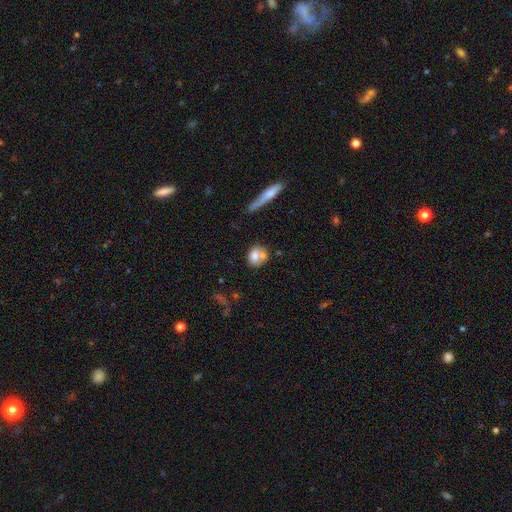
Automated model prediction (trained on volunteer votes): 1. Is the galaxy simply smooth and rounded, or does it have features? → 72% smooth, 19% featured or disk, 9% star or artifact.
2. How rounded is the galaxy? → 56% round, 41% in between, 3% cigar-shaped.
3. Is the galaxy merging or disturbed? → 43% none, 31% merger, 17% minor disturbance, 8% major disturbance.